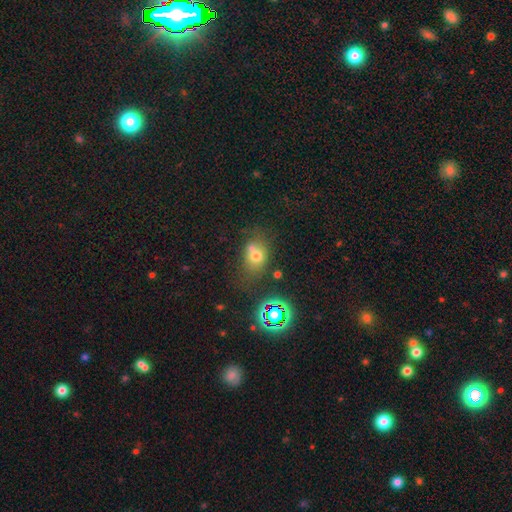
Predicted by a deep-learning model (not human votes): smooth 65%, featured or disk 18%, star or artifact 17%. Down the decision tree: how rounded — in between (54%); merging — none (44%).